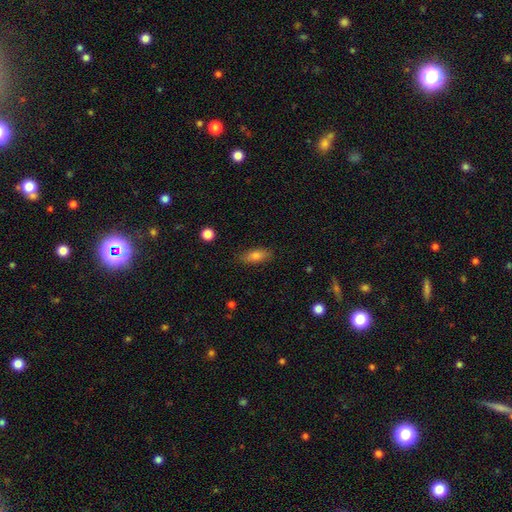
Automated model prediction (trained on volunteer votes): Overall: smooth (78%). How rounded: in between (75%). Merging: none (84%).